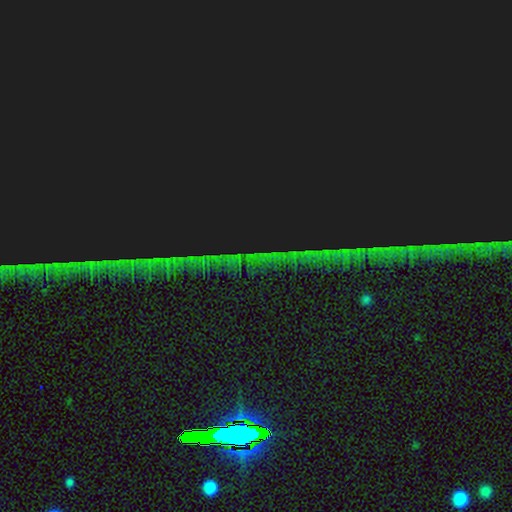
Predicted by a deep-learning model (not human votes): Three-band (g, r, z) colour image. It shows a star or artifact, not a galaxy (87%).